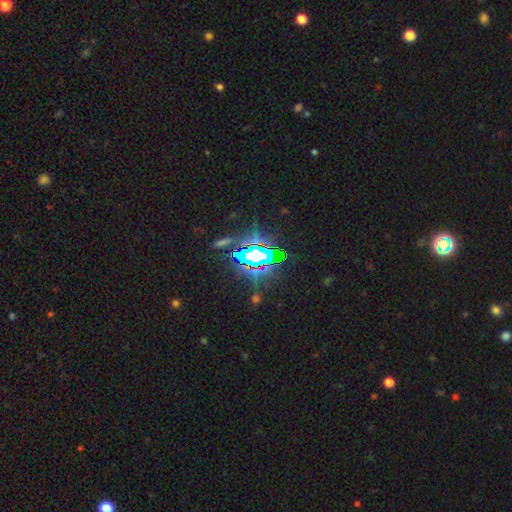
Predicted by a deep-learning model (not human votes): smooth_or_featured: star or artifact (p=0.72) [alt: featured or disk p=0.14]